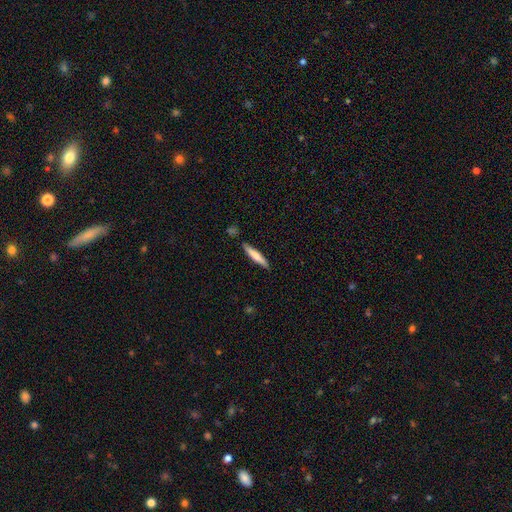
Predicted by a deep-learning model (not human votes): Smooth or featured? smooth (70%)
How rounded? cigar-shaped (91%)
Merging? none (85%)